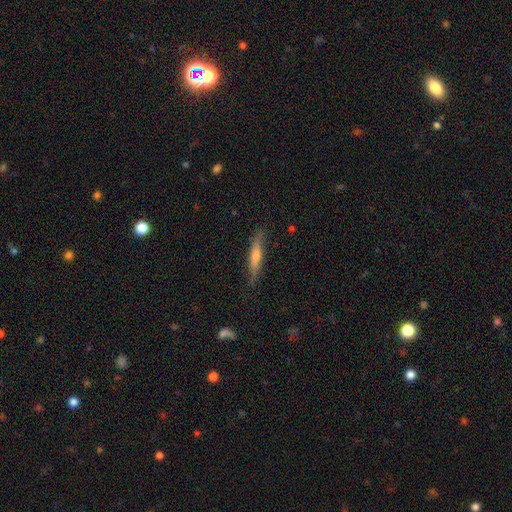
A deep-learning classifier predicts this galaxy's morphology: Smooth or featured? featured or disk (50%)
Merging? none (81%)